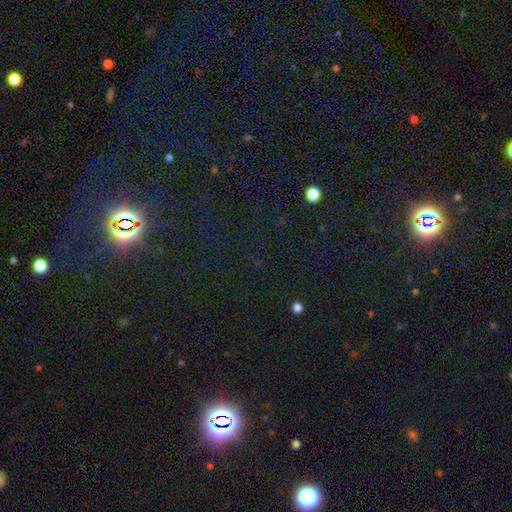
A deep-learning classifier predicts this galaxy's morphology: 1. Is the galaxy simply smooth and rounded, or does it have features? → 77% star or artifact, 15% smooth, 8% featured or disk.